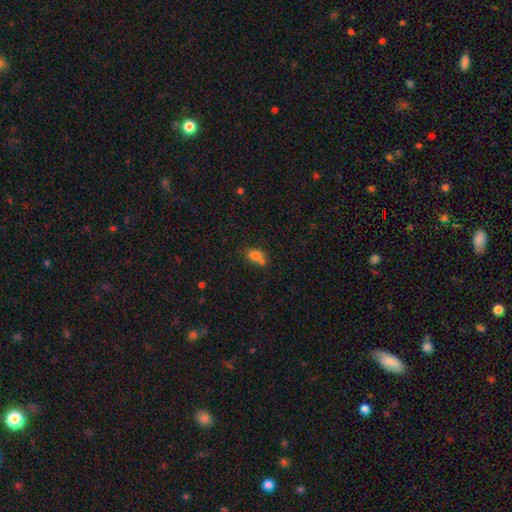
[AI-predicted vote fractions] A smooth galaxy with no disk features (78%) that is in between round and cigar-shaped (74%). Merging: none (43%).